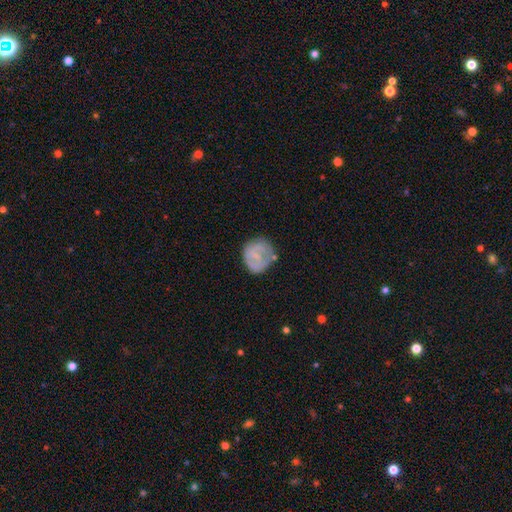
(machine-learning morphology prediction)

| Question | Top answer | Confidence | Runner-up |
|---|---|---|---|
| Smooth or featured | smooth | 55% | featured or disk (38%) |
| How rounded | round | 79% | in between (20%) |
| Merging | none | 60% | minor disturbance (24%) |